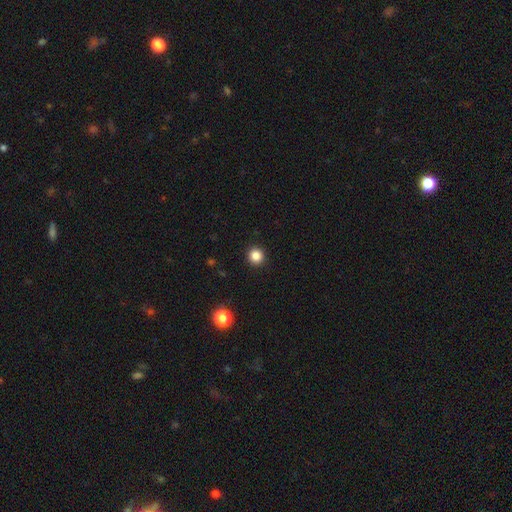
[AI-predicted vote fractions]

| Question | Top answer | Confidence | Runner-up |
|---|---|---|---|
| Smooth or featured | smooth | 85% | star or artifact (12%) |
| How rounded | round | 94% | in between (5%) |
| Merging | none | 93% | minor disturbance (4%) |